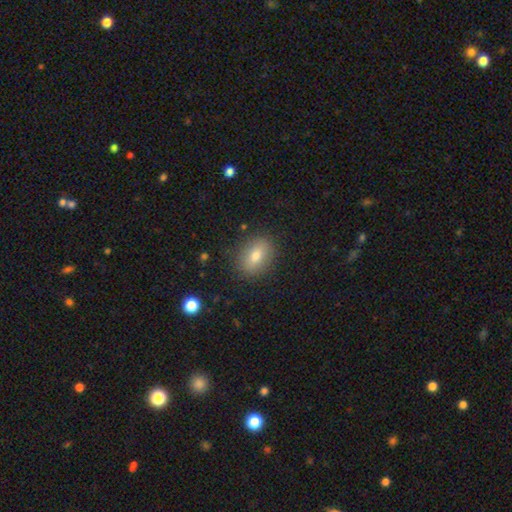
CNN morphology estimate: Overall: smooth (75%). How rounded: in between (73%). Merging: none (86%).